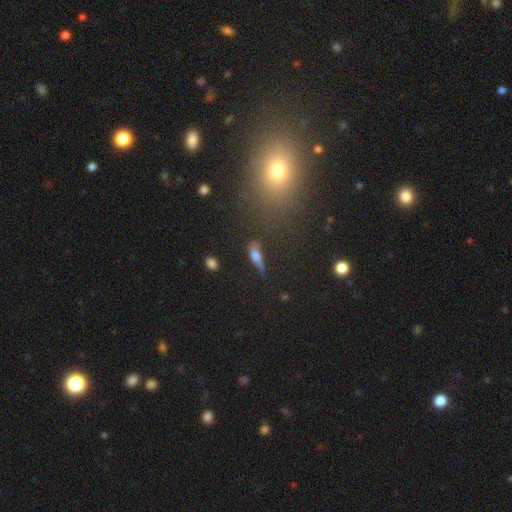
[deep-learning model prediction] A smooth galaxy with no disk features (64%) that is cigar-shaped (51%).

Vote fractions:
- Smooth or featured? smooth: 64% / featured or disk: 25% / star or artifact: 11%
- How rounded? cigar-shaped: 51% / in between: 44% / round: 5%
- Merging? none: 44% / minor disturbance: 31% / major disturbance: 19% / merger: 6%